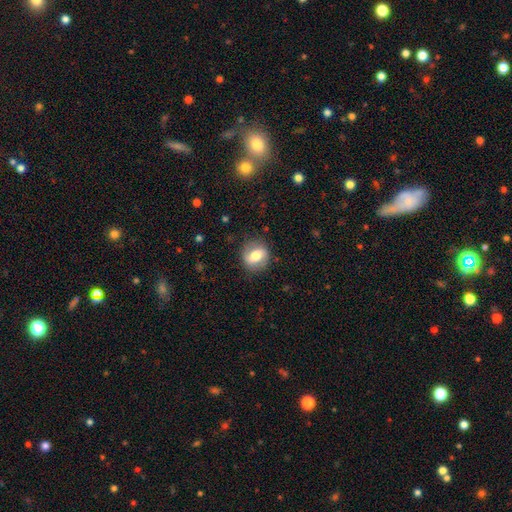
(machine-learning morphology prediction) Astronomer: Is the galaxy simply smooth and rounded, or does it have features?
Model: smooth — 51% (runner-up: featured or disk, 41%).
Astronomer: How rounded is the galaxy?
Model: round — 67%.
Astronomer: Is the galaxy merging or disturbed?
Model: none — 82%.